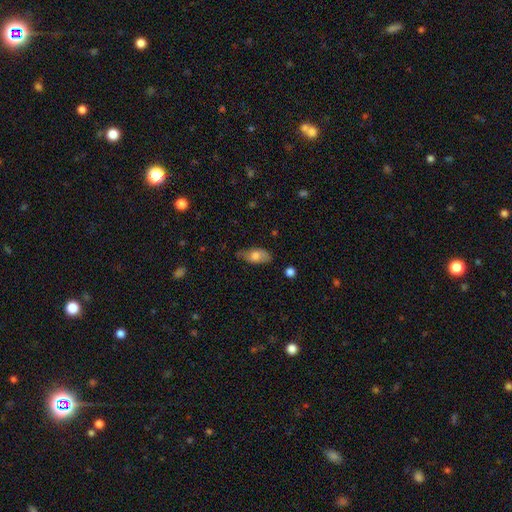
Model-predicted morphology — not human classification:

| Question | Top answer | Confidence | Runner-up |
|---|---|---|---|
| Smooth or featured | smooth | 68% | featured or disk (25%) |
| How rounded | in between | 87% | cigar-shaped (8%) |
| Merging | none | 68% | minor disturbance (25%) |